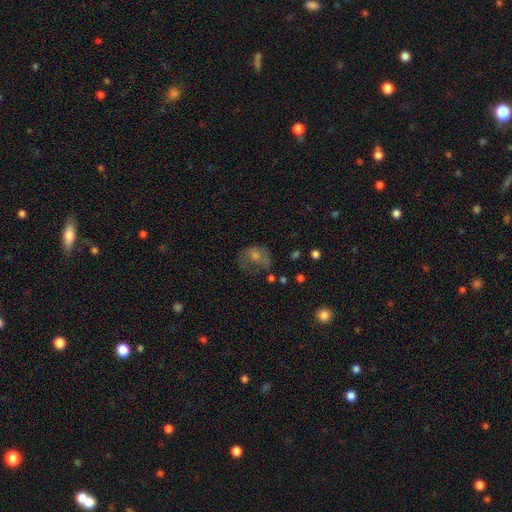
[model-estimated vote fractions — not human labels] Smooth or featured: smooth — 43% (featured or disk — 38%)
Merging: none — 38% (major disturbance — 34%)